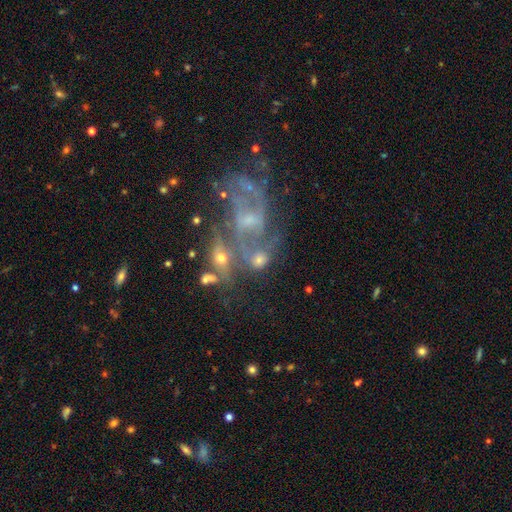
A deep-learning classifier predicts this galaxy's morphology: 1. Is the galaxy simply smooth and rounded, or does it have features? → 71% featured or disk, 15% star or artifact, 13% smooth.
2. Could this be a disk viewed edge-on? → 96% no, 4% yes.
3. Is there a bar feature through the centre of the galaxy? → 46% no, 40% weak, 13% strong.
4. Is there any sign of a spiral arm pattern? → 73% yes, 27% no.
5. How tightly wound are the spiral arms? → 46% medium, 33% loose, 21% tight.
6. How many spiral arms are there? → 51% 2, 27% can't tell, 9% 3, 6% 1, 4% 4, 4% more than 4.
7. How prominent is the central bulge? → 49% small, 24% moderate, 22% none, 3% large, 2% dominant.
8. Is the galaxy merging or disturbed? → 37% merger, 29% none, 19% major disturbance, 15% minor disturbance.